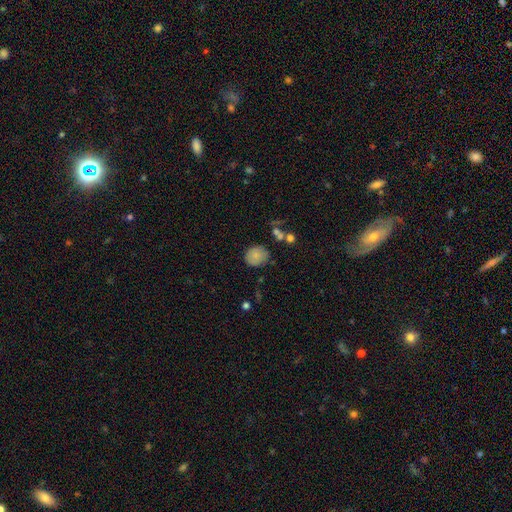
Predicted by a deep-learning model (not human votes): The model was most divided on "merging": none: 75%, minor disturbance: 17%, merger: 4%, major disturbance: 4%. More confident: smooth or featured — smooth (81%); how rounded — round (80%).